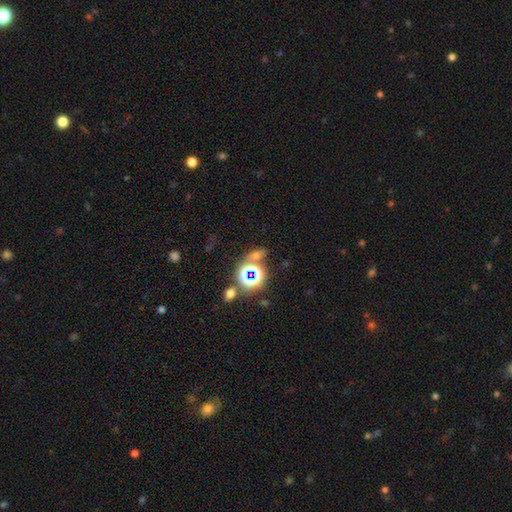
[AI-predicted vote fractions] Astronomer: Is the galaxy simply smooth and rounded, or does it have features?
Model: star or artifact — 49% (runner-up: smooth, 40%).